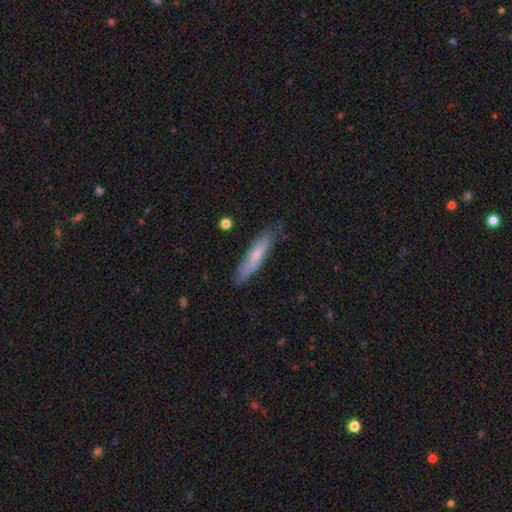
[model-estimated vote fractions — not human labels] Morphology: type=smooth (62%); roundness=cigar-shaped (85%); merging=none (76%).